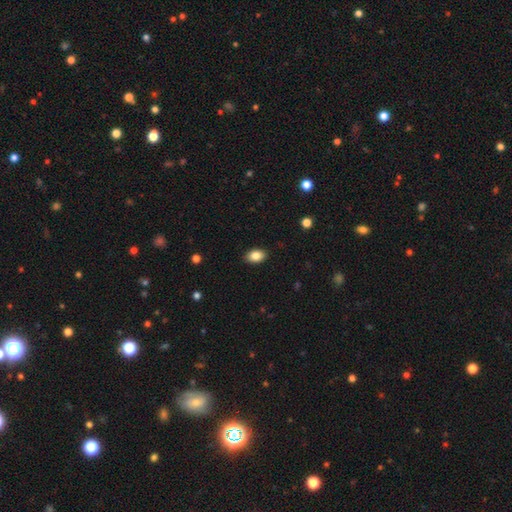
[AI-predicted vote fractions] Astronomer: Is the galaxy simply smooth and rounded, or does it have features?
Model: smooth — 87%.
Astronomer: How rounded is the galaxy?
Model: in between — 87%.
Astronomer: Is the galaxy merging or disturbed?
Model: none — 88%.